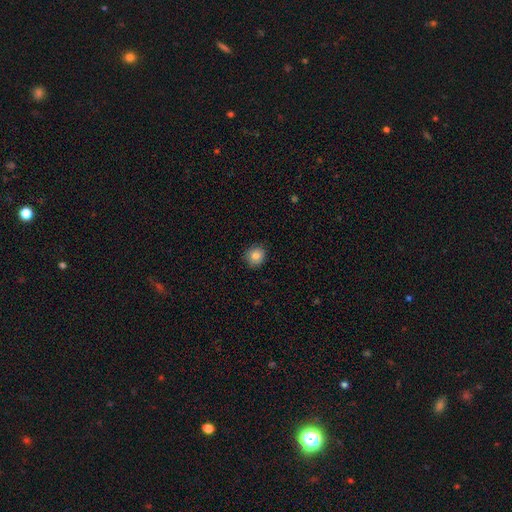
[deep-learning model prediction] This appears to be a smooth galaxy with no disk features (83%) that is round (83%). Merging: none (87%).